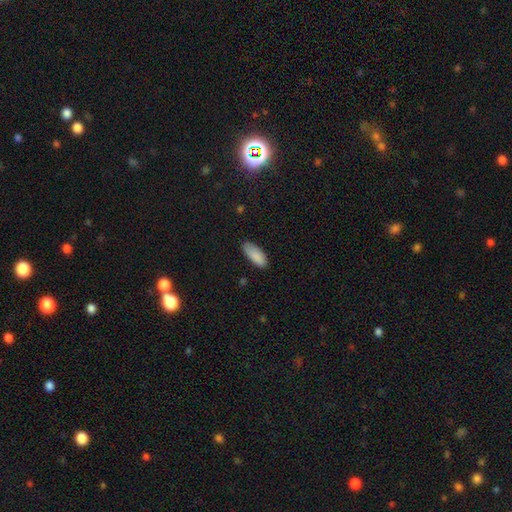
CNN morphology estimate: Smooth or featured? smooth (89%)
How rounded? in between (80%)
Merging? none (80%)